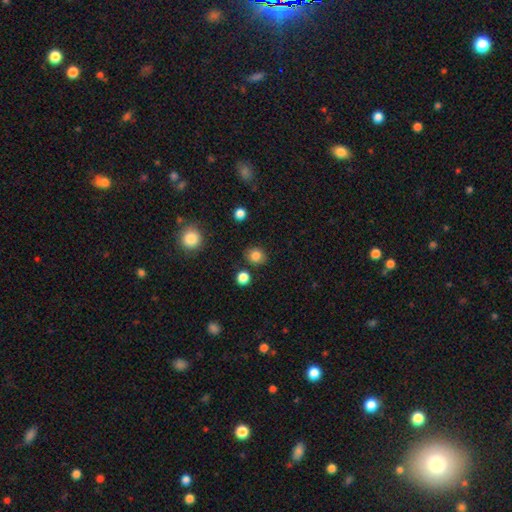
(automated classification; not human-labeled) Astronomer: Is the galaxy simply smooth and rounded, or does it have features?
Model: smooth — 83%.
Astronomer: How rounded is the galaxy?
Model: round — 75%.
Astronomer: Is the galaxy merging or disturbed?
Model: none — 84%.